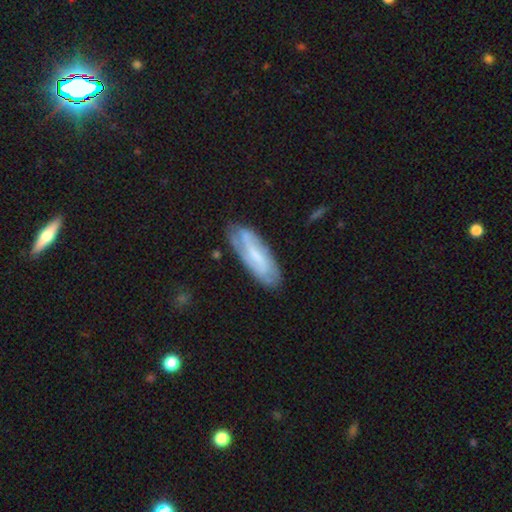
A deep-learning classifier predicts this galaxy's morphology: Overall: featured or disk (55%; smooth 38%). Edge-on disk: no (81%). Merging: none (73%).